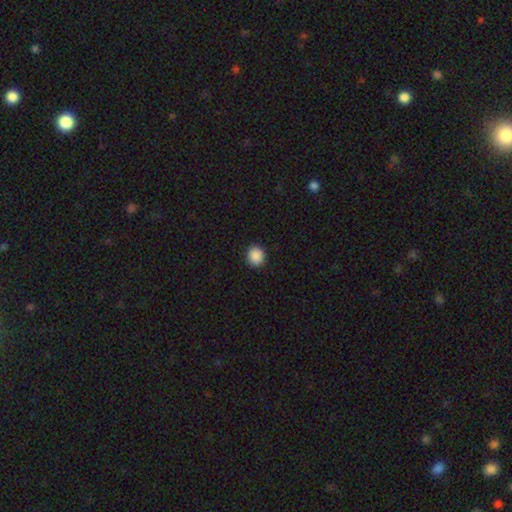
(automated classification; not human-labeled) Q: Smooth or featured?
A: smooth (89%); runner-up: star or artifact (9%)
Q: How rounded?
A: round (82%); runner-up: in between (17%)
Q: Merging?
A: none (91%); runner-up: minor disturbance (6%)